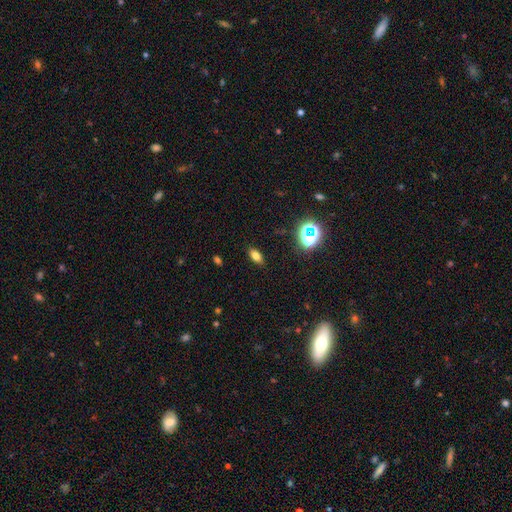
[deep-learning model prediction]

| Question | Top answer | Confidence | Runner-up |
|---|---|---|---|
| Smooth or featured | smooth | 73% | star or artifact (17%) |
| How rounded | in between | 84% | round (10%) |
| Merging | none | 88% | minor disturbance (8%) |